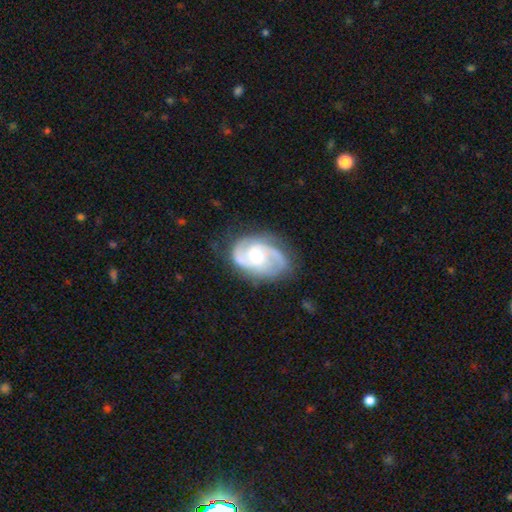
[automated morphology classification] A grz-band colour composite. It shows a featured or disk galaxy (88%) with no bar (61%), 2 (59%) medium (48%) spiral arms (97%) and a moderate central bulge (52%). Merging: none (73%).